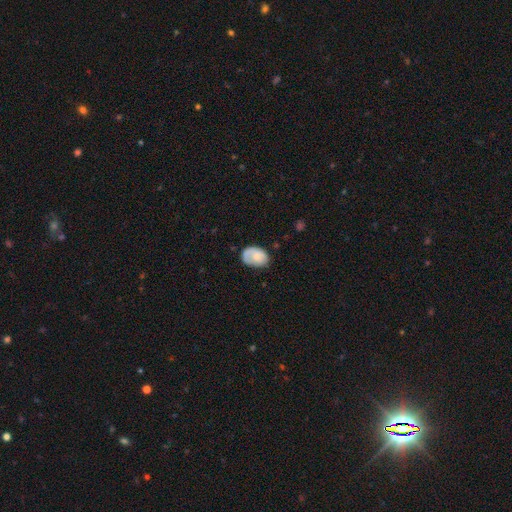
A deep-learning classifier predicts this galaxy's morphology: This appears to be a smooth galaxy with no disk features (66%) that is in between round and cigar-shaped (80%). Merging: none (58%).